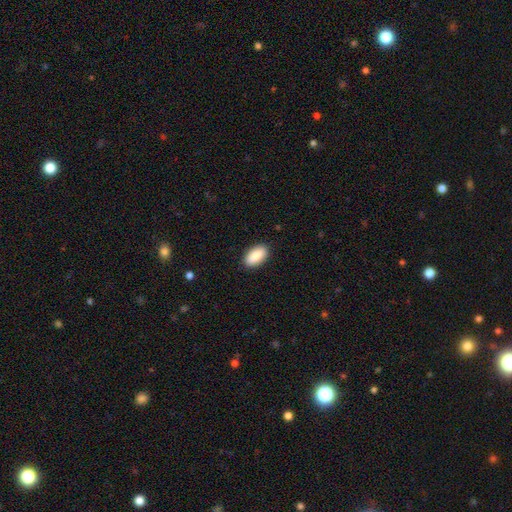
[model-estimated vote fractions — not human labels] The model was most divided on "smooth or featured": smooth: 87%, featured or disk: 7%, star or artifact: 6%. More confident: how rounded — in between (93%); merging — none (89%).